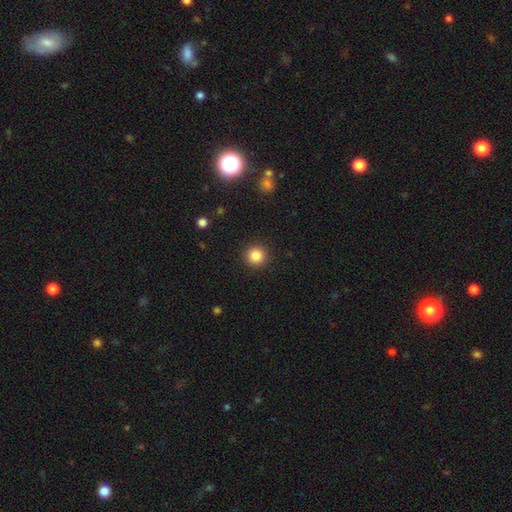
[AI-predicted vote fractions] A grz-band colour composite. It shows a smooth galaxy with no disk features (85%) that is round (95%). Merging: none (92%).